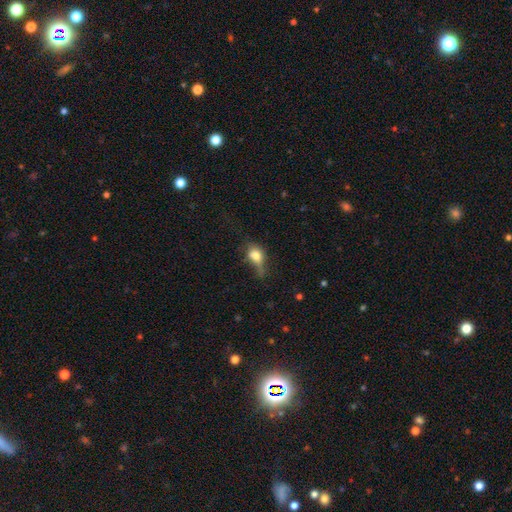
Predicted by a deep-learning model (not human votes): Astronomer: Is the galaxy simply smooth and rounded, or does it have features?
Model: smooth — 72%.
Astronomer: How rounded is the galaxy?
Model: in between — 62%.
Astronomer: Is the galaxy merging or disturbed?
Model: minor disturbance — 34% (runner-up: major disturbance, 33%).